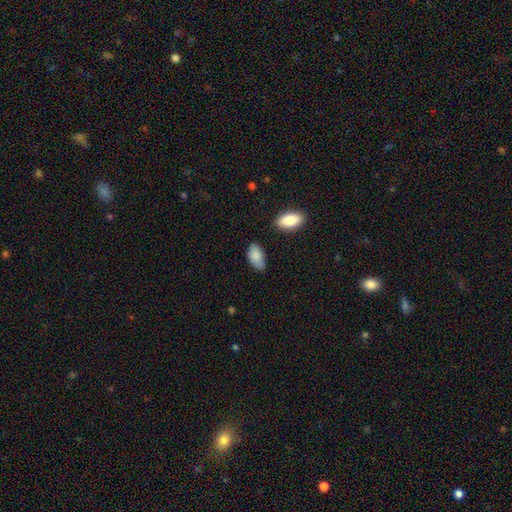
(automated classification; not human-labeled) smooth-or-featured: smooth: 86% | featured or disk: 7% | star or artifact: 7%
  how-rounded: in between: 94% | round: 3% | cigar-shaped: 3%
  merging: none: 65% | minor disturbance: 28% | major disturbance: 4% | merger: 3%